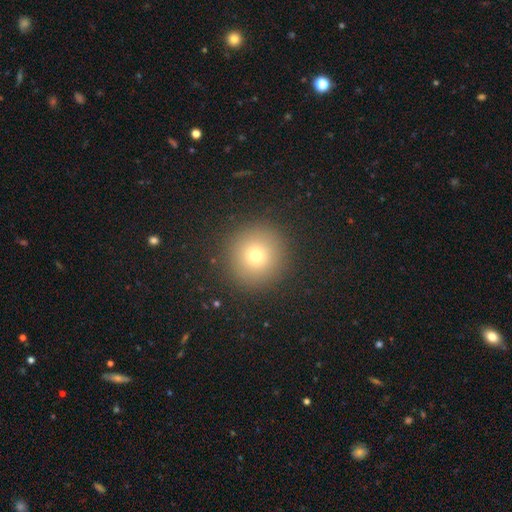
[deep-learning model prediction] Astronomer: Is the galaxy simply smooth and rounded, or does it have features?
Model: smooth — 73%.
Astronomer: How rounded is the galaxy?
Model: round — 95%.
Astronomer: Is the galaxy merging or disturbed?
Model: none — 92%.